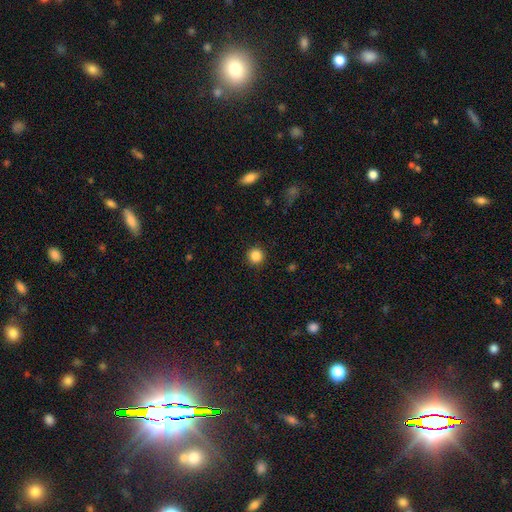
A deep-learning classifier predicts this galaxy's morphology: The model was most divided on "smooth or featured": smooth: 85%, star or artifact: 11%, featured or disk: 4%. More confident: how rounded — round (95%); merging — none (92%).